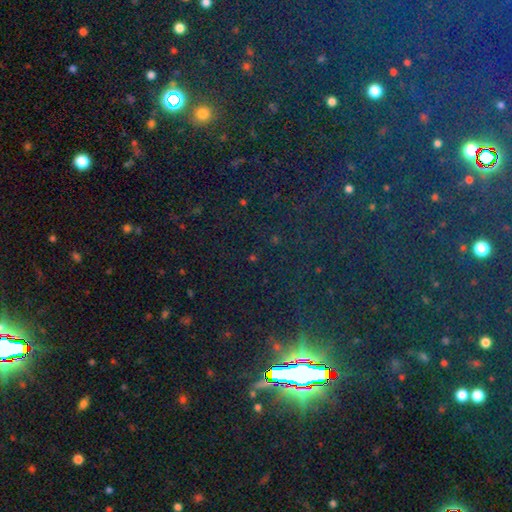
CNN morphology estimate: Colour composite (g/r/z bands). It shows a star or artifact, not a galaxy (84%).